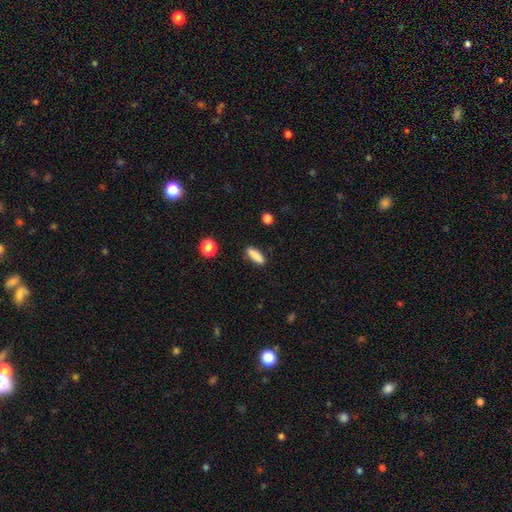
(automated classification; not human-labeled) Overall: smooth (86%). How rounded: cigar-shaped (52%; in between 46%). Merging: none (88%).